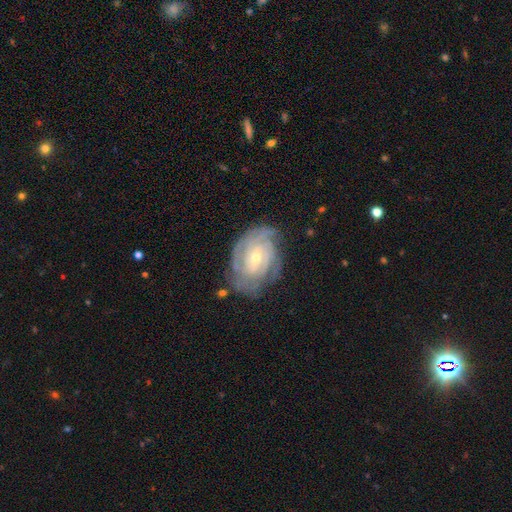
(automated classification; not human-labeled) Smooth or featured? featured or disk (78%)
Edge-on disk? no (96%)
Bar? no (63%)
Spiral arms? yes (92%)
Spiral winding? tight (72%)
Spiral arm count? can't tell (41%)
Bulge size? small (56%)
Merging? none (72%)